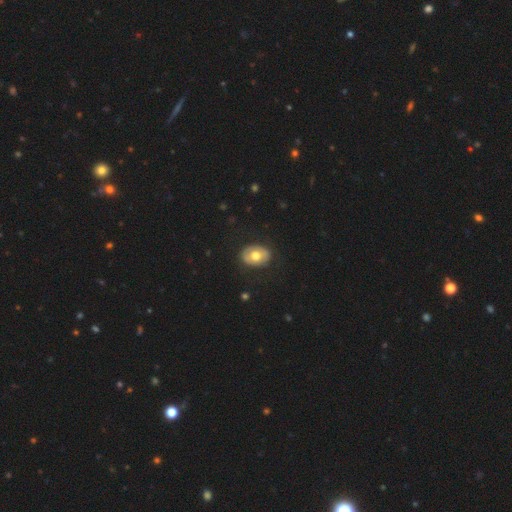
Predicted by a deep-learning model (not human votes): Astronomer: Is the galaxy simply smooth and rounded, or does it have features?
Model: smooth — 58% (runner-up: featured or disk, 35%).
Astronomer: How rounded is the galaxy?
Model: in between — 63%.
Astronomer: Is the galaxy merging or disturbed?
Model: none — 81%.